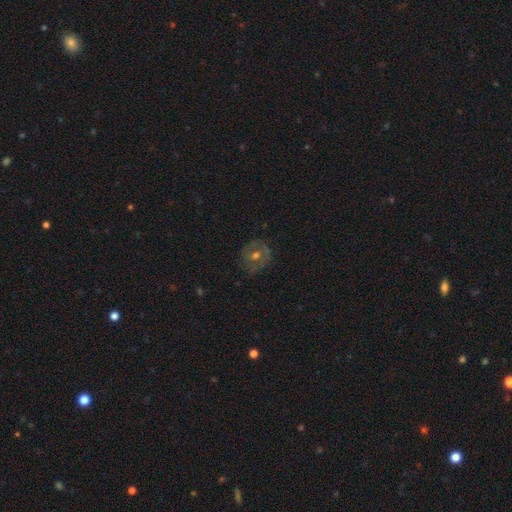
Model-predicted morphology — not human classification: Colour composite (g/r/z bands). It shows a featured or disk galaxy (57%) with no bar (72%), no spiral arms (58%) and a moderate central bulge (72%). Merging: none (75%).